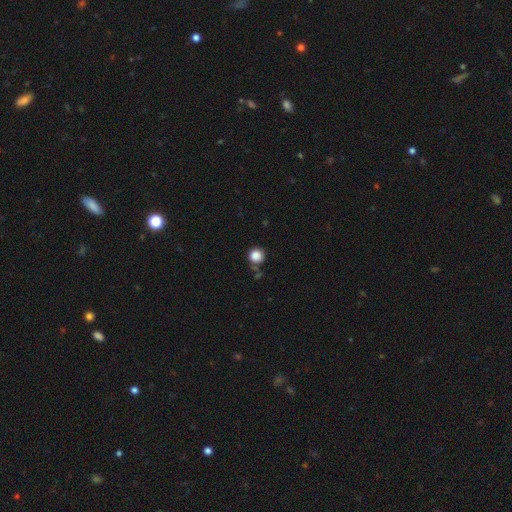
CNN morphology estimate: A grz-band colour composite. It shows a smooth galaxy with no disk features (86%) that is round (93%). Merging: none (75%).